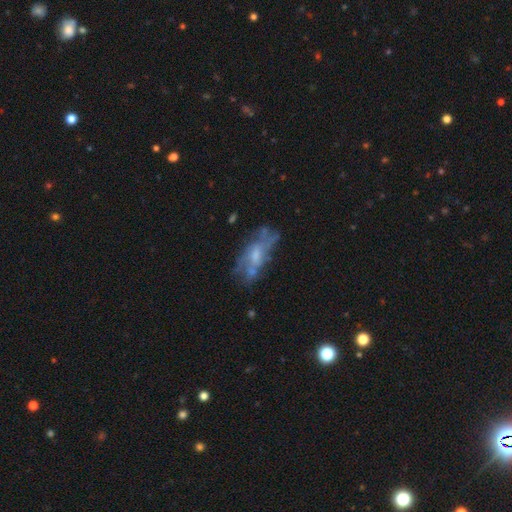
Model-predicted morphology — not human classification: A featured or disk galaxy (61%) with no bar (71%), no spiral arms (60%) and a small central bulge (44%). Merging: none (52%).